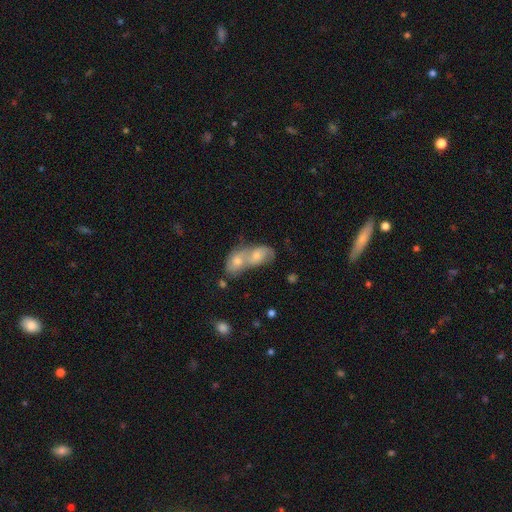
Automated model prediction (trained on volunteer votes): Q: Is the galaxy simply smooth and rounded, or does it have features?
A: featured or disk — 45%.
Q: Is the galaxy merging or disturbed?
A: merger — 71%.